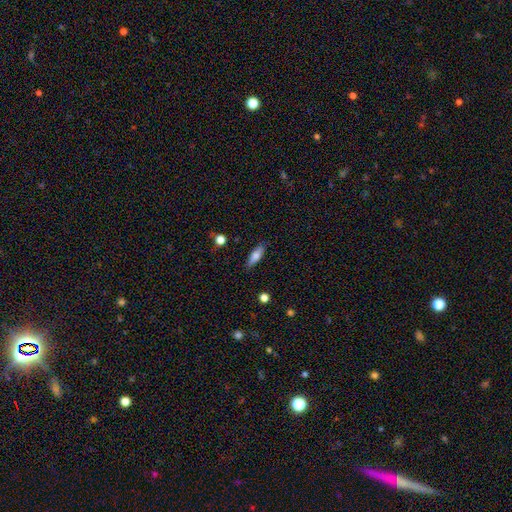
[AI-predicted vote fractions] This is likely a smooth galaxy (77%). How rounded: possibly in between (58%). Merging: clearly none (84%).